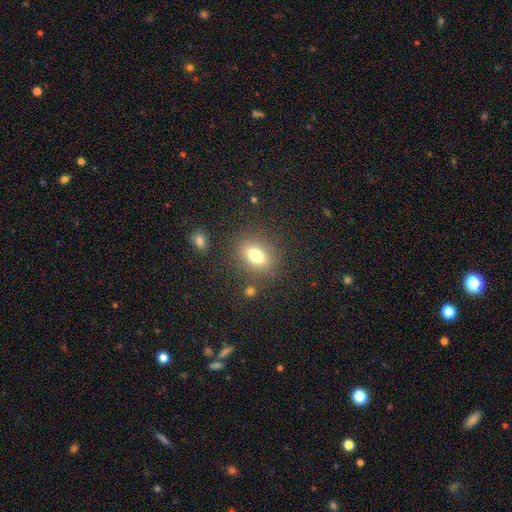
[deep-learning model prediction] Smooth or featured? smooth (77%)
How rounded? in between (70%)
Merging? none (82%)